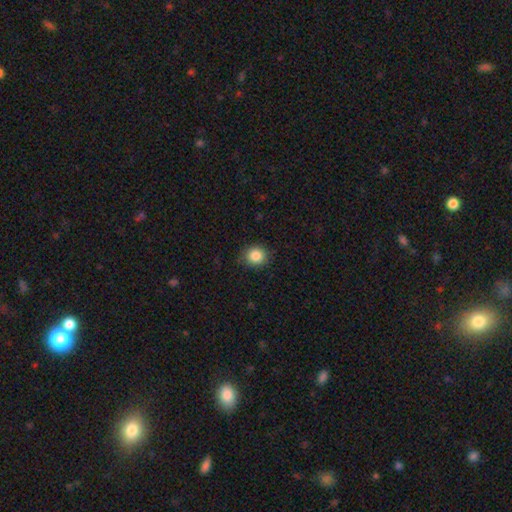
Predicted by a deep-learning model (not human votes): A smooth galaxy with no disk features (86%) that is round (84%).

Vote fractions:
- Smooth or featured? smooth: 86% / star or artifact: 9% / featured or disk: 5%
- How rounded? round: 84% / in between: 15% / cigar-shaped: 1%
- Merging? none: 85% / minor disturbance: 12% / major disturbance: 2% / merger: 1%